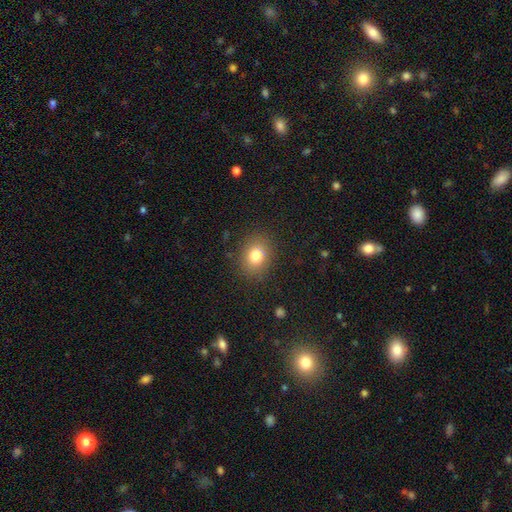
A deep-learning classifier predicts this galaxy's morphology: This appears to be a smooth galaxy with no disk features (80%) that is round (52%). Merging: none (85%).